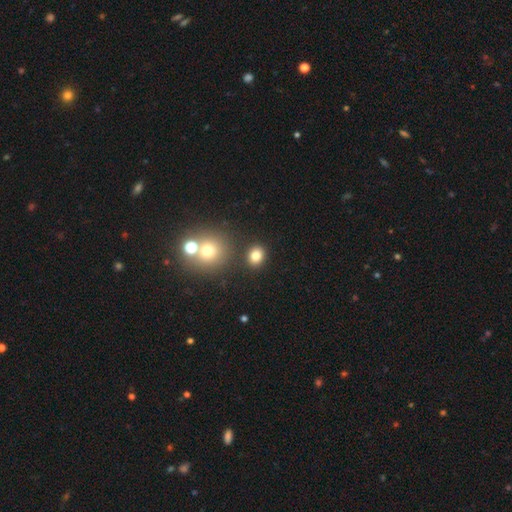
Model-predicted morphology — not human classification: Smooth or featured: smooth — 80% (star or artifact — 14%)
How rounded: round — 62% (in between — 37%)
Merging: none — 84% (minor disturbance — 8%)